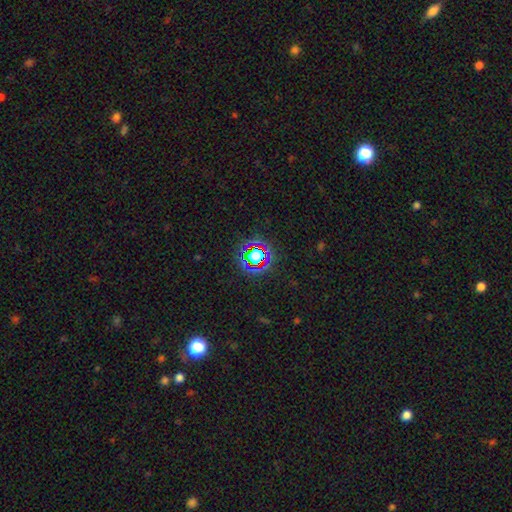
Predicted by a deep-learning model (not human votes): A star or artifact, not a galaxy (66%).